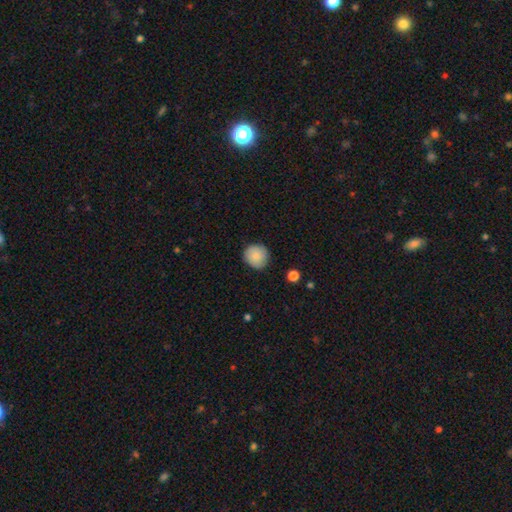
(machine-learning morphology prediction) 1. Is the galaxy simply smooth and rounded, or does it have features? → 86% smooth, 7% star or artifact, 6% featured or disk.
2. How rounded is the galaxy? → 93% round, 6% in between, 1% cigar-shaped.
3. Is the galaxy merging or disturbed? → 86% none, 10% minor disturbance, 2% major disturbance, 1% merger.